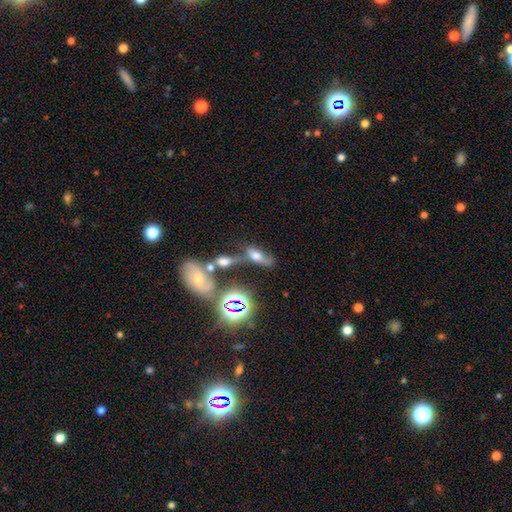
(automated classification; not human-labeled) Smooth or featured?
  - smooth: 52% *
  - featured or disk: 27%
  - star or artifact: 21%
How rounded?
  - in between: 73% *
  - cigar-shaped: 18%
  - round: 9%
Merging?
  - merger: 36% *
  - none: 33%
  - minor disturbance: 17%
  - major disturbance: 15%